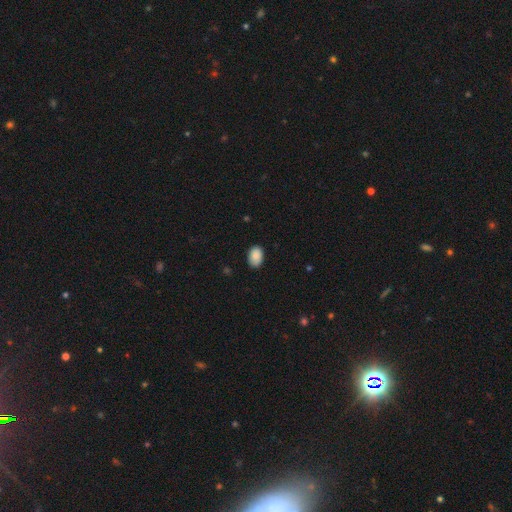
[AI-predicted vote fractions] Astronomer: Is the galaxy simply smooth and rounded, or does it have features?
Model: smooth — 89%.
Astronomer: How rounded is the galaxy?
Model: in between — 85%.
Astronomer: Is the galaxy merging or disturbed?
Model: none — 82%.